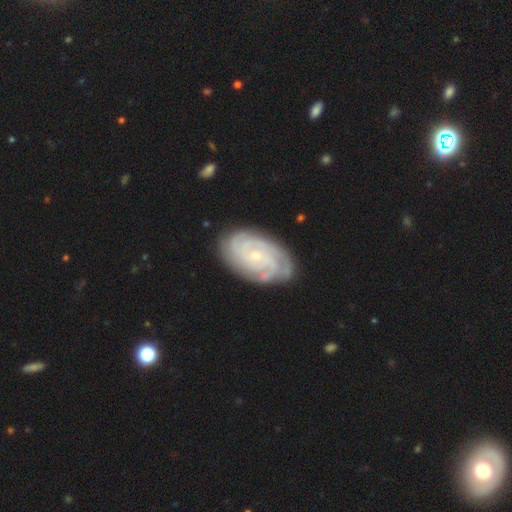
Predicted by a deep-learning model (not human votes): A featured or disk galaxy (86%) with no bar (73%), tight (80%) spiral arms (97%) and a small central bulge (80%).

Vote fractions:
- Smooth or featured? featured or disk: 86% / smooth: 9% / star or artifact: 5%
- Edge-on disk? no: 97% / yes: 3%
- Bar? no: 73% / weak: 22% / strong: 5%
- Spiral arms? yes: 97% / no: 3%
- Spiral winding? tight: 80% / medium: 17% / loose: 3%
- Spiral arm count? can't tell: 26% / 4: 24% / 3: 19% / 2: 14% / more than 4: 10% / 1: 6%
- Bulge size? small: 80% / moderate: 16% / none: 2% / large: 1% / dominant: 1%
- Merging? none: 82% / minor disturbance: 14% / major disturbance: 3% / merger: 1%